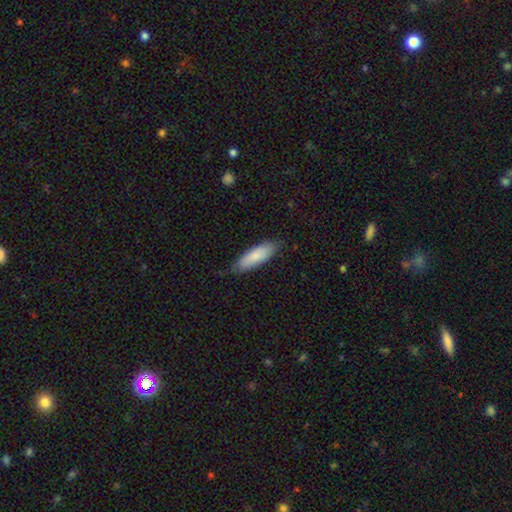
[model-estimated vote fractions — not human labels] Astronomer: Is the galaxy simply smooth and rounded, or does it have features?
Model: smooth — 83%.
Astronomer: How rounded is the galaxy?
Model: in between — 55% (runner-up: cigar-shaped, 43%).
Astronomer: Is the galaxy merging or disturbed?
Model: none — 79%.